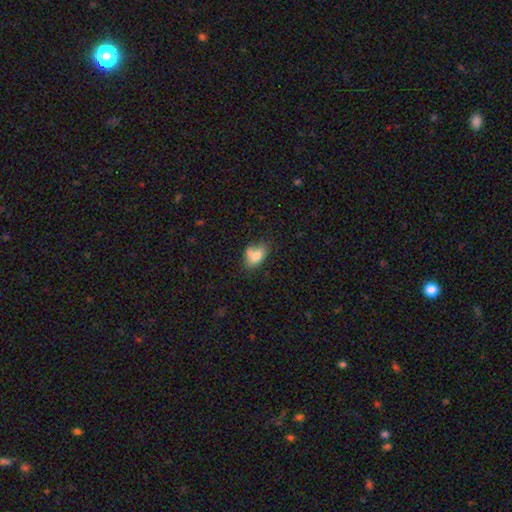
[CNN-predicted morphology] smooth-or-featured: smooth: 75% | featured or disk: 16% | star or artifact: 9%
  how-rounded: in between: 83% | round: 15% | cigar-shaped: 2%
  merging: none: 45% | minor disturbance: 25% | merger: 21% | major disturbance: 9%